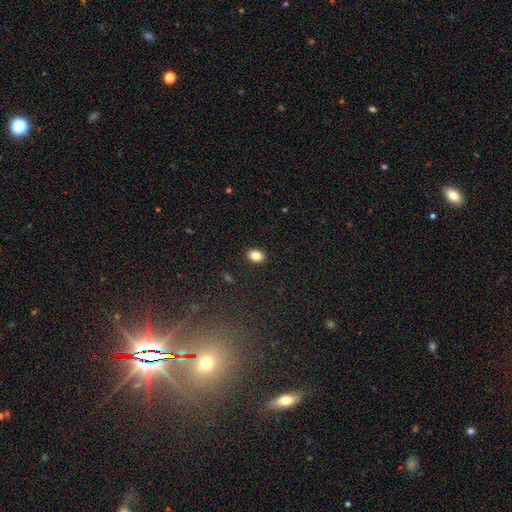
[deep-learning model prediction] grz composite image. It shows a smooth galaxy with no disk features (83%) that is in between round and cigar-shaped (67%). Merging: none (90%).